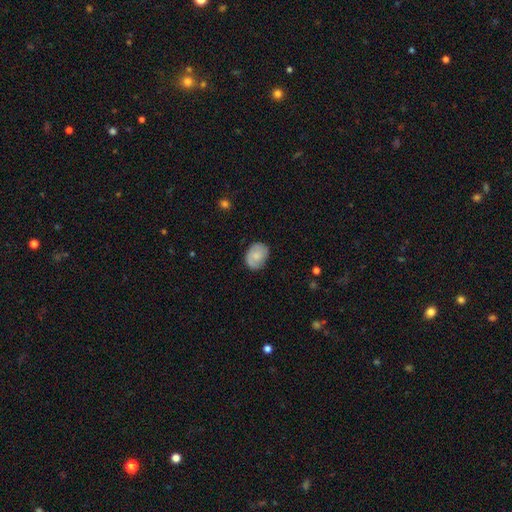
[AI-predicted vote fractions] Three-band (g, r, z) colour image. It shows a smooth galaxy with no disk features (72%) that is in between round and cigar-shaped (64%). Merging: none (74%).